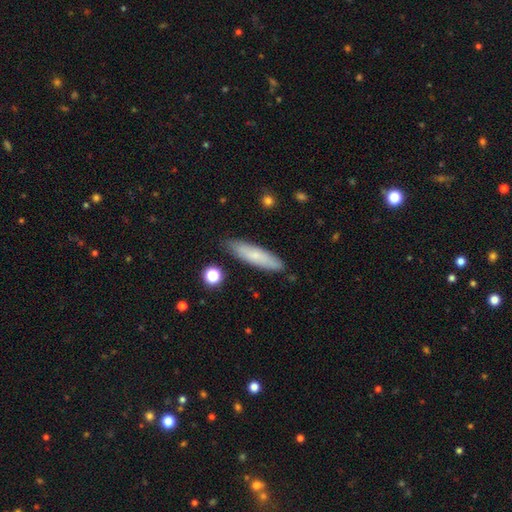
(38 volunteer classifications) smooth 66%, featured or disk 29%, star or artifact 5%. Down the decision tree: how rounded — cigar-shaped (92%); merging — none (94%).